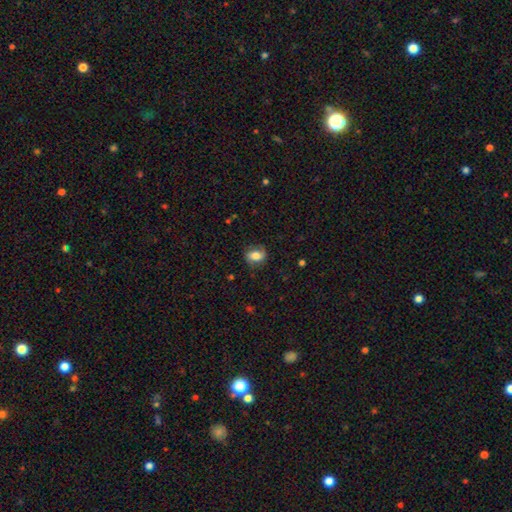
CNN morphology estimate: This appears to be a smooth galaxy with no disk features (68%) that is in between round and cigar-shaped (60%). Merging: none (77%).